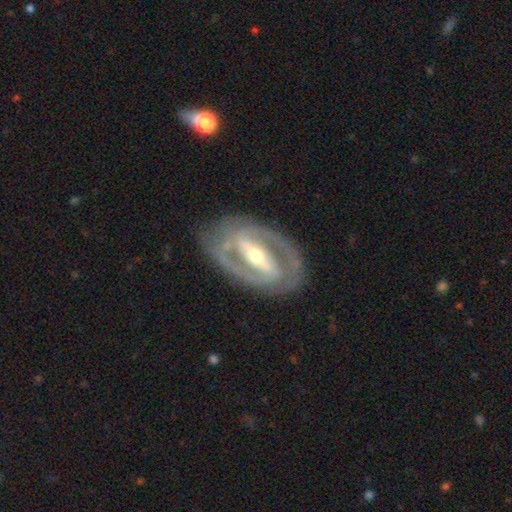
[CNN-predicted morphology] smooth-or-featured: featured or disk: 88% | smooth: 8% | star or artifact: 4%
  disk-edge-on: no: 94% | yes: 6%
    bar: strong: 69% | weak: 20% | no: 11%
    has-spiral-arms: yes: 84% | no: 16%
      spiral-winding: tight: 52% | medium: 38% | loose: 10%
      spiral-arm-count: 2: 86% | can't tell: 7% | 1: 3% | 3: 2% | 4: 1% | more than 4: 1%
    bulge-size: moderate: 58% | small: 36% | large: 4% | dominant: 1% | none: 1%
  merging: none: 78% | minor disturbance: 14% | major disturbance: 6% | merger: 2%